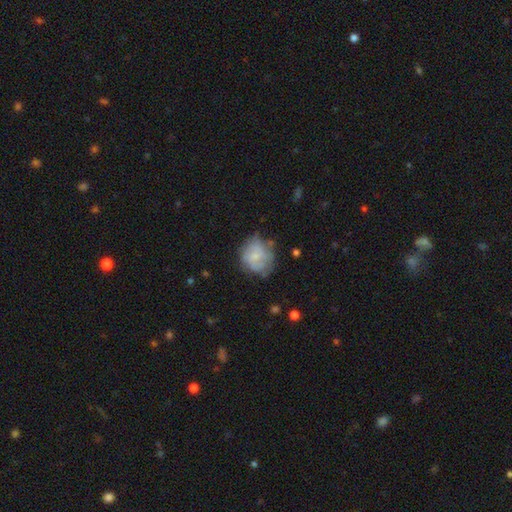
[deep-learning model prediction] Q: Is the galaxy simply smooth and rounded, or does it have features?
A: smooth — 55%.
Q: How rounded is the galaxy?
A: round — 76%.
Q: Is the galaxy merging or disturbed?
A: none — 57%.